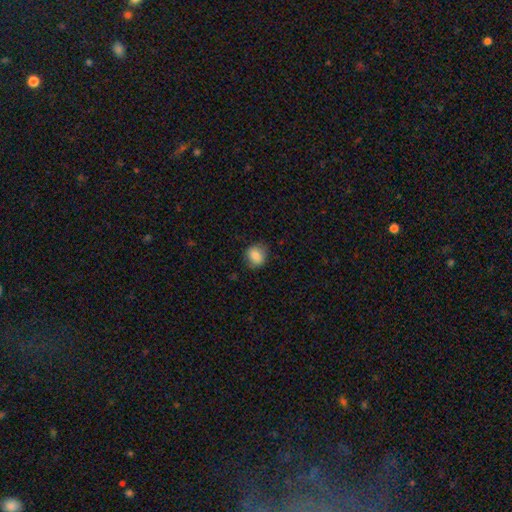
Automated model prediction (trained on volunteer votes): Smooth or featured: smooth — 84% (star or artifact — 8%)
How rounded: round — 63% (in between — 36%)
Merging: none — 78% (minor disturbance — 16%)